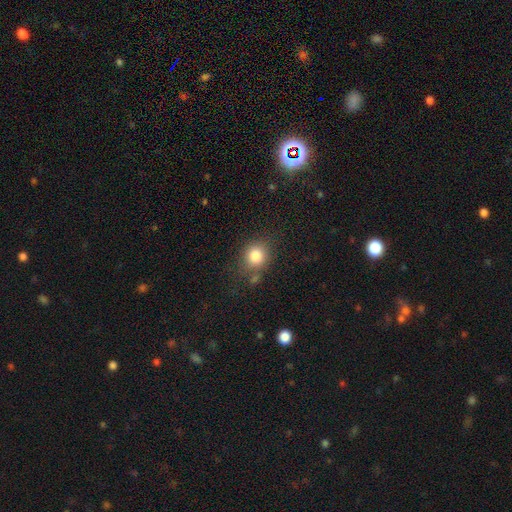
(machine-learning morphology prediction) Q: Smooth or featured?
A: smooth (81%); runner-up: star or artifact (11%)
Q: How rounded?
A: round (73%); runner-up: in between (26%)
Q: Merging?
A: none (70%); runner-up: minor disturbance (17%)